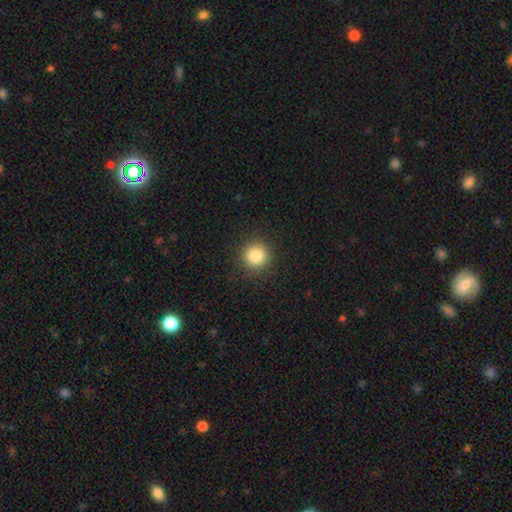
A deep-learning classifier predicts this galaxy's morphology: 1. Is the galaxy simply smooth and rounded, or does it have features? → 84% smooth, 11% star or artifact, 5% featured or disk.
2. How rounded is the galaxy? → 94% round, 5% in between, 1% cigar-shaped.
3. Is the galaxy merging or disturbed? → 91% none, 6% minor disturbance, 2% major disturbance, 1% merger.